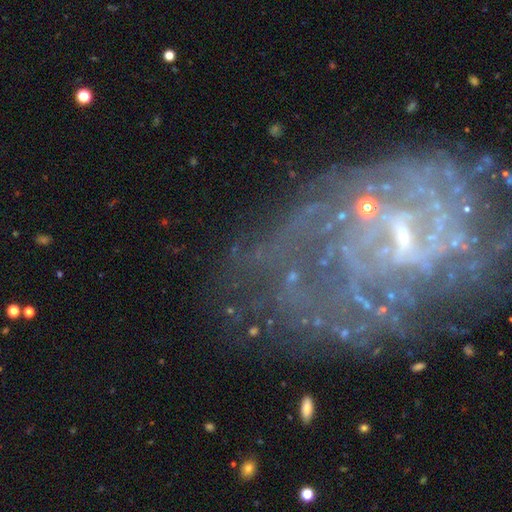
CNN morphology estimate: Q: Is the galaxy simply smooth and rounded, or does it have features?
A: featured or disk — 78%.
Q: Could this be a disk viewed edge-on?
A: no — 97%.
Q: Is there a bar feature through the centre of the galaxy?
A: weak — 44%.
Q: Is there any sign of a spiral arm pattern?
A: yes — 78%.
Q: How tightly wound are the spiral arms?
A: tight — 55%.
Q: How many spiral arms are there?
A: can't tell — 49%.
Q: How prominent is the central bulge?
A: small — 66%.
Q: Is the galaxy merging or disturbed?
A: none — 55%.